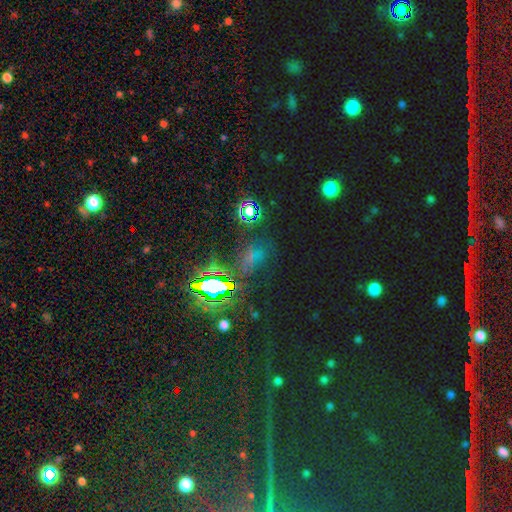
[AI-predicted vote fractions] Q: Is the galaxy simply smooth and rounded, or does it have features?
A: star or artifact — 67%.